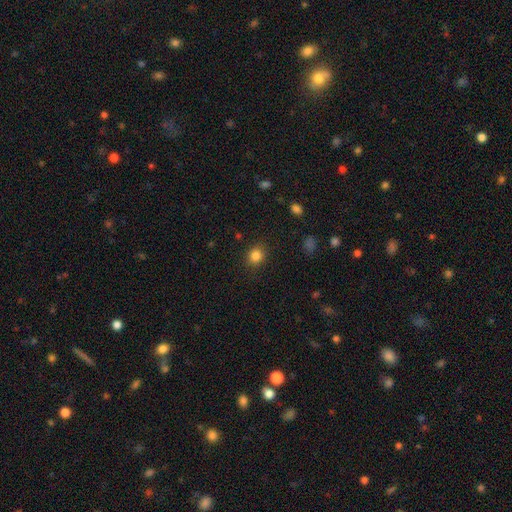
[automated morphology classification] This appears to be a smooth galaxy with no disk features (84%) that is round (76%). Merging: none (87%).